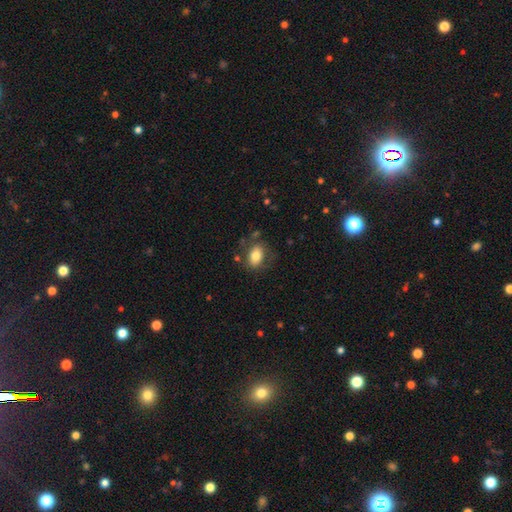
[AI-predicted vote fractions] Smooth or featured? Predicted: smooth (p=0.77). How rounded? Predicted: in between (p=0.81). Merging? Predicted: none (p=0.69).